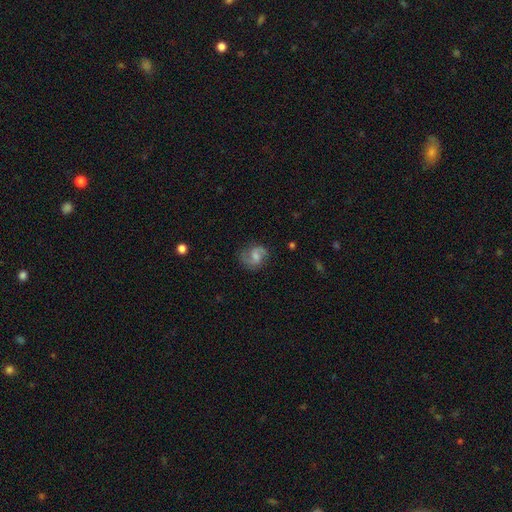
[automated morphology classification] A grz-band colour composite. It shows a featured or disk galaxy (77%) with a weak bar (51%), 2 (90%) medium (49%) spiral arms (95%) and a moderate central bulge (45%). Merging: none (78%).